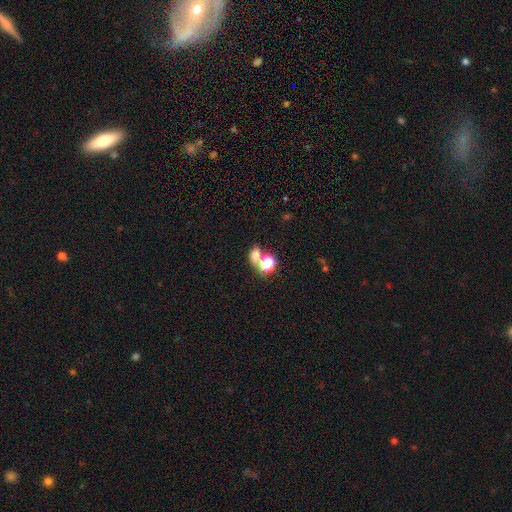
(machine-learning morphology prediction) smooth_or_featured: smooth (p=0.64) [alt: star or artifact p=0.25]
how_rounded: in between (p=0.56) [alt: round p=0.42]
merging: none (p=0.47) [alt: merger p=0.38]